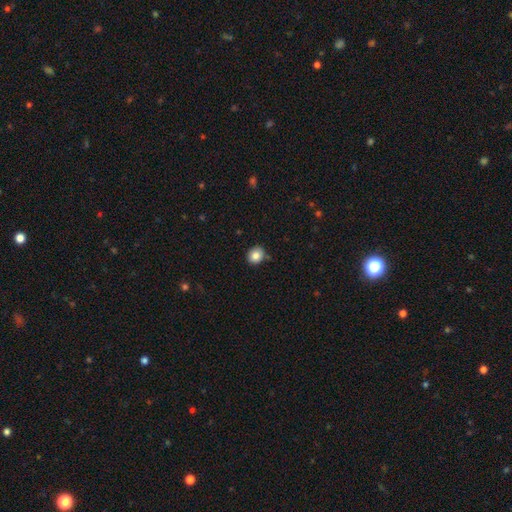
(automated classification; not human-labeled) This appears to be a smooth galaxy with no disk features (83%) that is round (75%). Merging: none (82%).